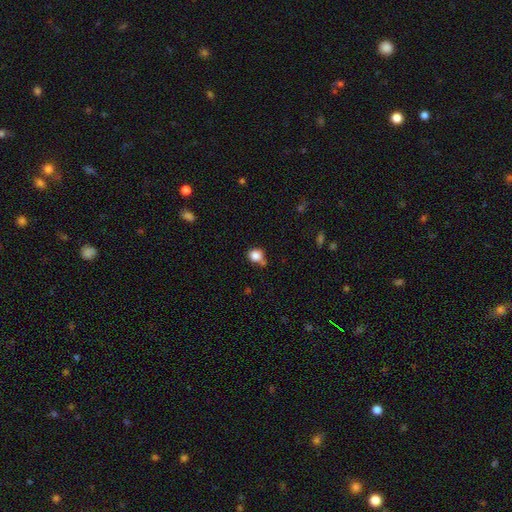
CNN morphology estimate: Smooth or featured: smooth — 84% (star or artifact — 11%)
How rounded: round — 80% (in between — 19%)
Merging: none — 59% (minor disturbance — 22%)